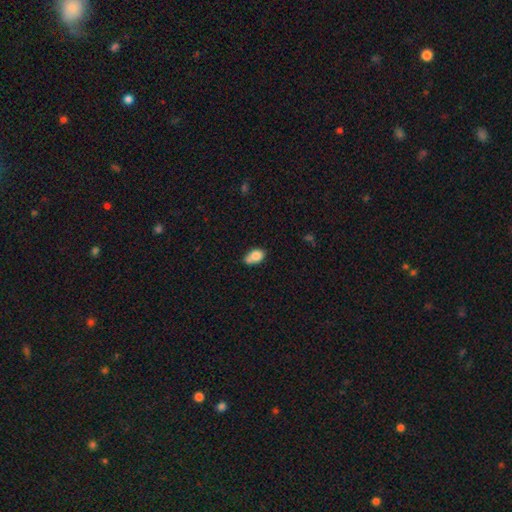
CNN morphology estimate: type=smooth (79%); roundness=in between (78%); merging=none (43%).